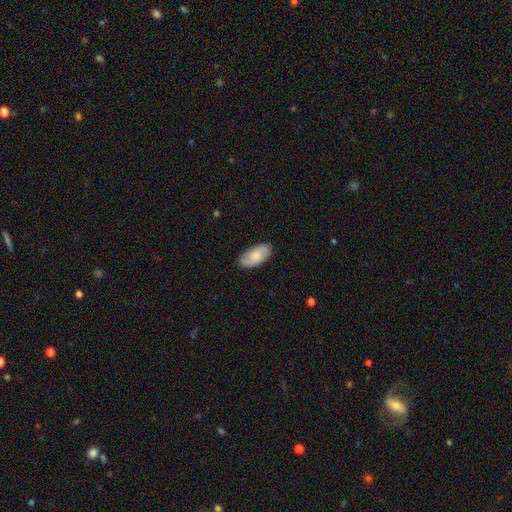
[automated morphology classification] Smooth or featured? smooth (69%)
How rounded? in between (93%)
Merging? none (85%)